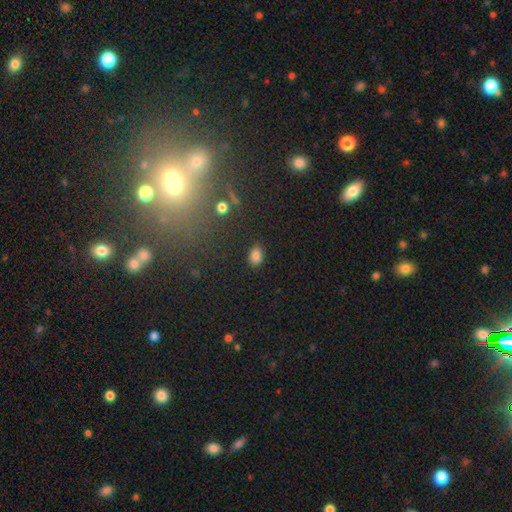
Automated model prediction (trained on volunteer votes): Morphology: type=smooth (82%); roundness=in between (77%); merging=none (83%).